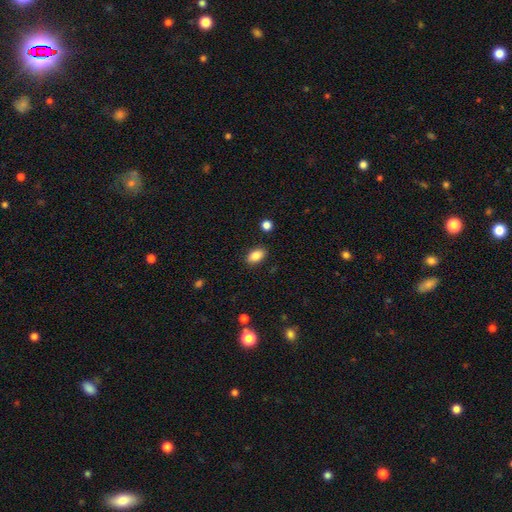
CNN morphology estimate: Smooth or featured?
  - smooth: 85% *
  - star or artifact: 9%
  - featured or disk: 6%
How rounded?
  - in between: 90% *
  - round: 8%
  - cigar-shaped: 3%
Merging?
  - none: 87% *
  - minor disturbance: 9%
  - major disturbance: 2%
  - merger: 2%